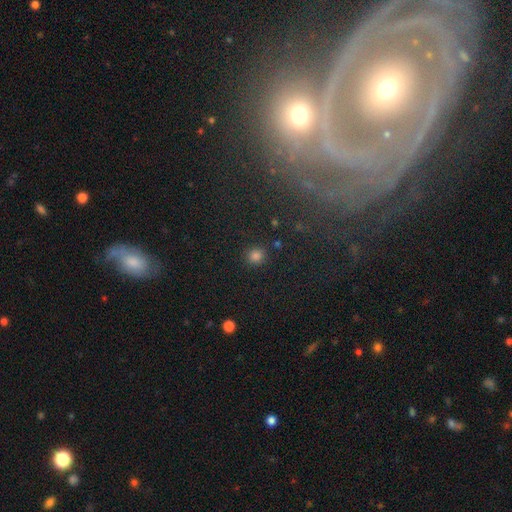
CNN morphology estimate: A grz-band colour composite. It shows a smooth galaxy with no disk features (80%) that is round (90%). Merging: none (89%).